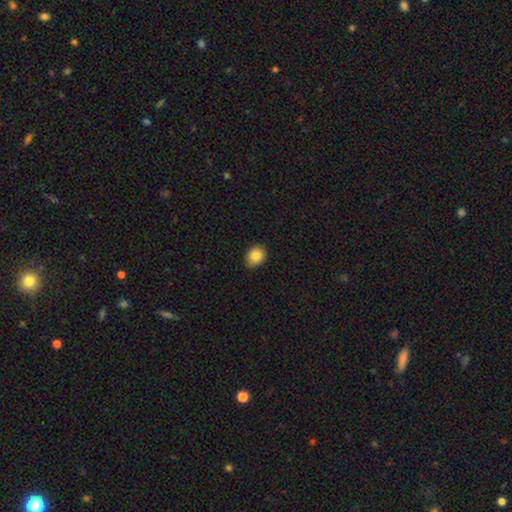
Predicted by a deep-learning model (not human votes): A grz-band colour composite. It shows a smooth galaxy with no disk features (86%) that is round (52%). Merging: none (84%).